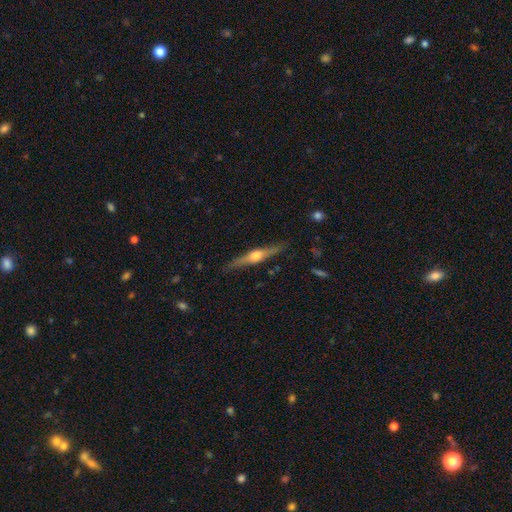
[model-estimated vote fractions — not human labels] Overall: featured or disk (72%). Edge-on disk: yes (97%). Edge-on bulge: rounded (91%). Merging: none (87%).